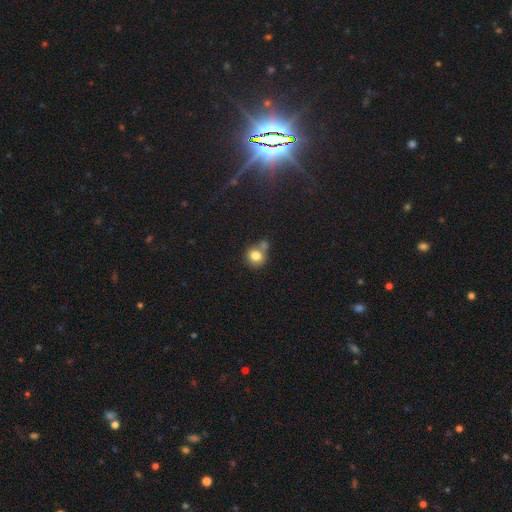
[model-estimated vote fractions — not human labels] smooth-or-featured: smooth: 79% | featured or disk: 11% | star or artifact: 10%
  how-rounded: round: 81% | in between: 18% | cigar-shaped: 1%
  merging: none: 48% | merger: 33% | minor disturbance: 14% | major disturbance: 5%